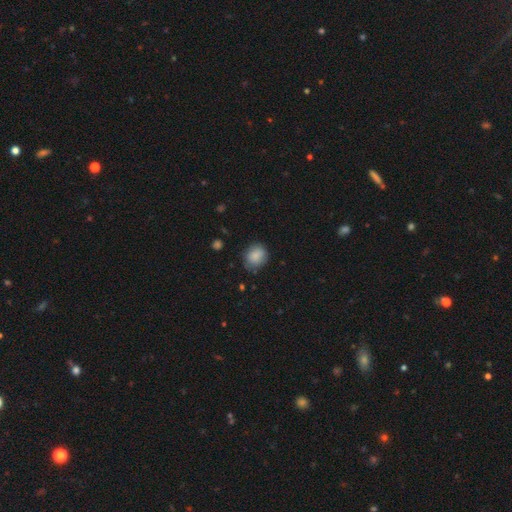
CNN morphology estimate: Smooth or featured? smooth (86%)
How rounded? round (66%)
Merging? none (77%)